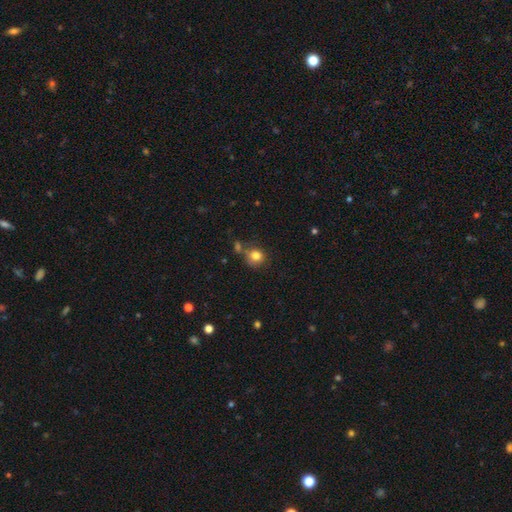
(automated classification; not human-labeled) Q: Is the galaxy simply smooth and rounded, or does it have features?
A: smooth — 81%.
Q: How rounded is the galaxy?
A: round — 85%.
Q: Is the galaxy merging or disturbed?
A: none — 66%.